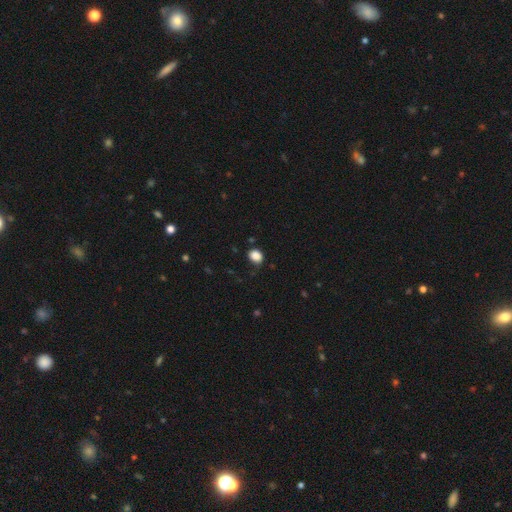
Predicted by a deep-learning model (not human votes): A smooth galaxy with no disk features (87%) that is round (50%).

Vote fractions:
- Smooth or featured? smooth: 87% / star or artifact: 10% / featured or disk: 3%
- How rounded? round: 50% / in between: 49% / cigar-shaped: 1%
- Merging? none: 78% / minor disturbance: 17% / major disturbance: 4% / merger: 2%